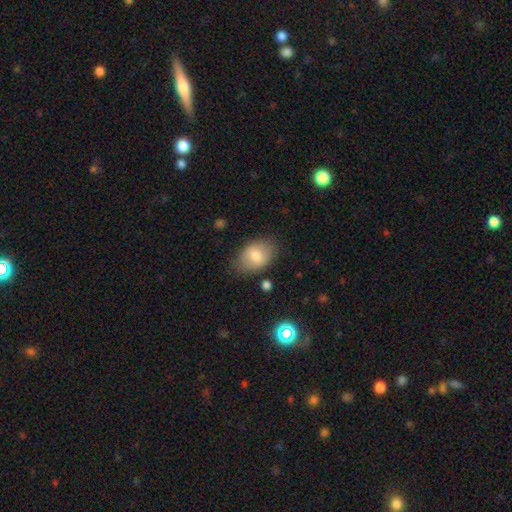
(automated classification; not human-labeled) A smooth galaxy with no disk features (77%) that is in between round and cigar-shaped (82%).

Vote fractions:
- Smooth or featured? smooth: 77% / featured or disk: 15% / star or artifact: 8%
- How rounded? in between: 82% / round: 17% / cigar-shaped: 1%
- Merging? none: 72% / minor disturbance: 20% / major disturbance: 5% / merger: 2%